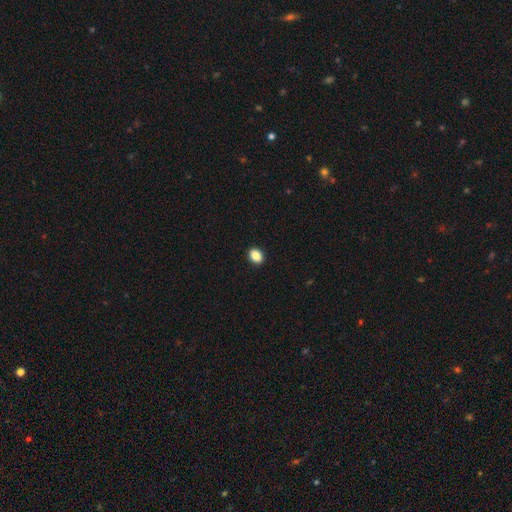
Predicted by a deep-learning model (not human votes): Smooth or featured? Predicted: smooth (p=0.87). How rounded? Predicted: in between (p=0.71). Merging? Predicted: none (p=0.92).